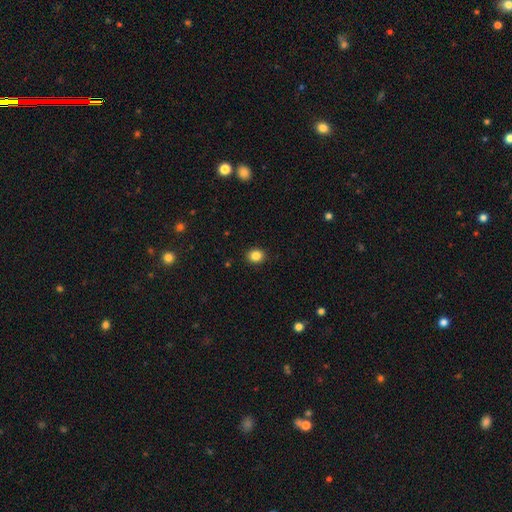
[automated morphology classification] The model was most divided on "how rounded": round: 64%, in between: 35%, cigar-shaped: 1%. More confident: merging — none (91%); smooth or featured — smooth (85%).